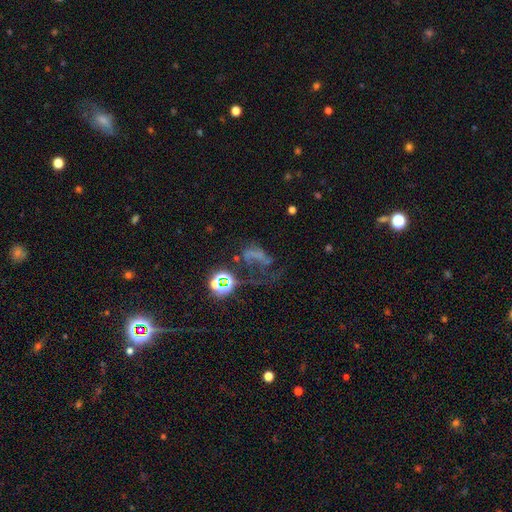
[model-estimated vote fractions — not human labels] Smooth or featured? Predicted: featured or disk (p=0.38, tied with star or artifact). Merging? Predicted: major disturbance (p=0.48).